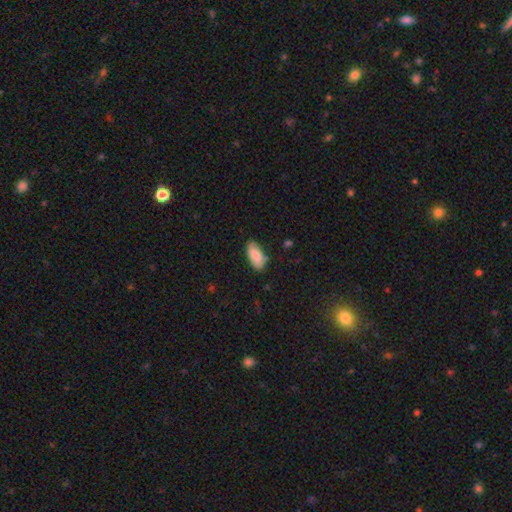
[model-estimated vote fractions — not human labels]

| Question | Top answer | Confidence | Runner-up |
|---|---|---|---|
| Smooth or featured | smooth | 83% | featured or disk (11%) |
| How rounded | in between | 89% | cigar-shaped (8%) |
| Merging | none | 78% | minor disturbance (18%) |